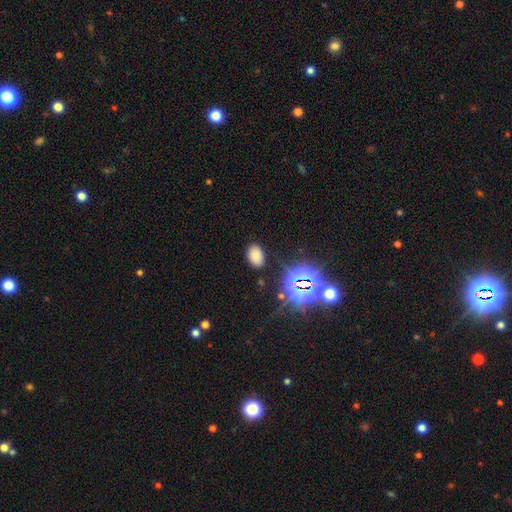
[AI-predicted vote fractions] Smooth or featured?
  - smooth: 72% *
  - star or artifact: 21%
  - featured or disk: 7%
How rounded?
  - in between: 88% *
  - round: 11%
  - cigar-shaped: 1%
Merging?
  - none: 84% *
  - minor disturbance: 11%
  - major disturbance: 3%
  - merger: 2%